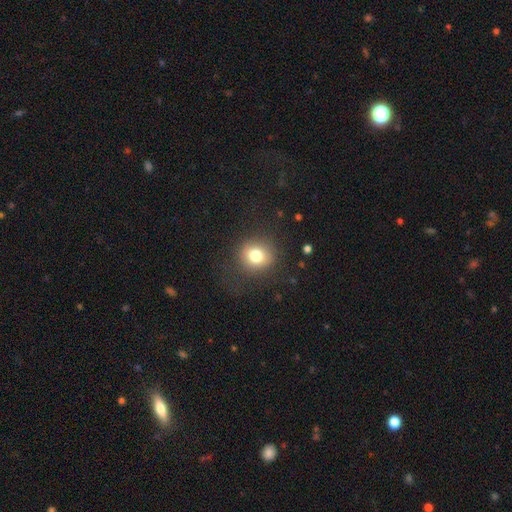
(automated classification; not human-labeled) Morphology: type=smooth (78%); roundness=round (86%); merging=none (82%).